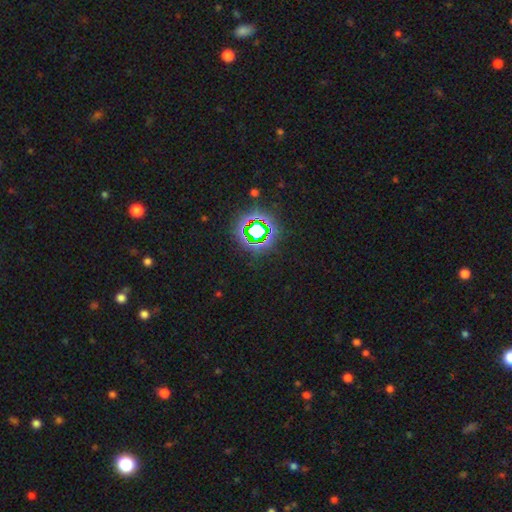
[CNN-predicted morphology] The model was most divided on "smooth or featured": star or artifact: 77%, smooth: 14%, featured or disk: 8%.